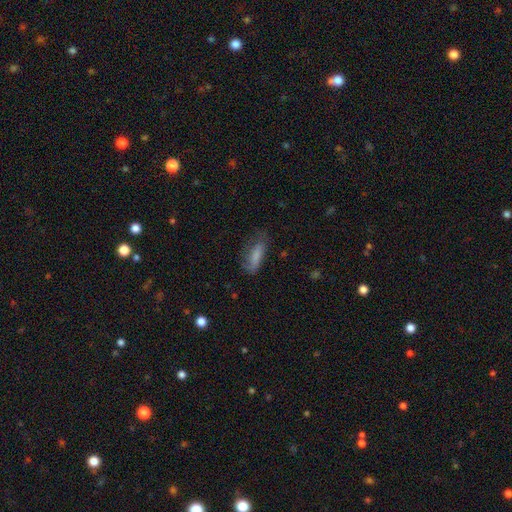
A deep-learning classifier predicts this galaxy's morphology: Smooth or featured? smooth (71%)
How rounded? in between (64%)
Merging? none (54%)